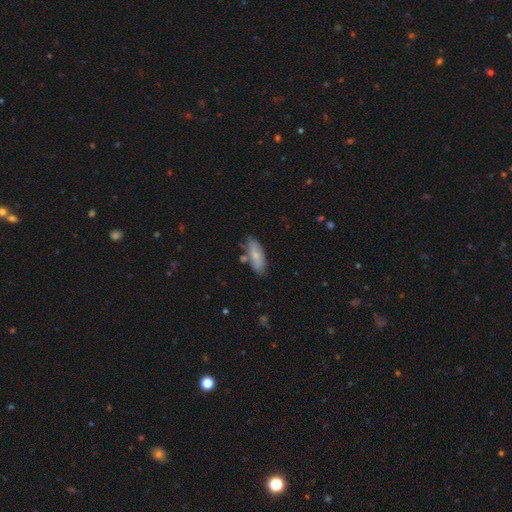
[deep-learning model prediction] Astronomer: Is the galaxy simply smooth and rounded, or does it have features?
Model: smooth — 74%.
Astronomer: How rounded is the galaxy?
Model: in between — 75%.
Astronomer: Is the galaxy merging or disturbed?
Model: none — 67%.